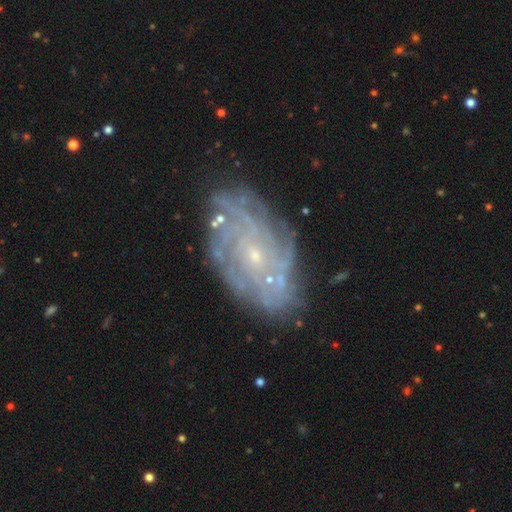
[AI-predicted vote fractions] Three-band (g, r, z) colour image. It shows a featured or disk galaxy (82%) with no bar (75%), tight (69%) spiral arms (89%) and a small central bulge (83%). Merging: none (77%).